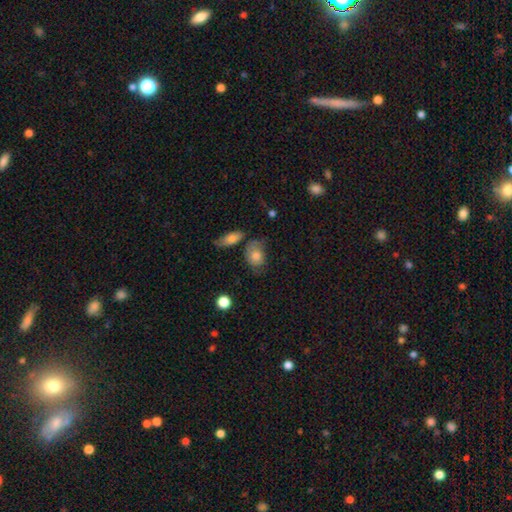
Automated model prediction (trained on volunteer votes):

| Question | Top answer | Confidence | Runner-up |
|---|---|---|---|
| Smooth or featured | smooth | 72% | featured or disk (20%) |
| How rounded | in between | 67% | round (31%) |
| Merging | none | 44% | minor disturbance (31%) |